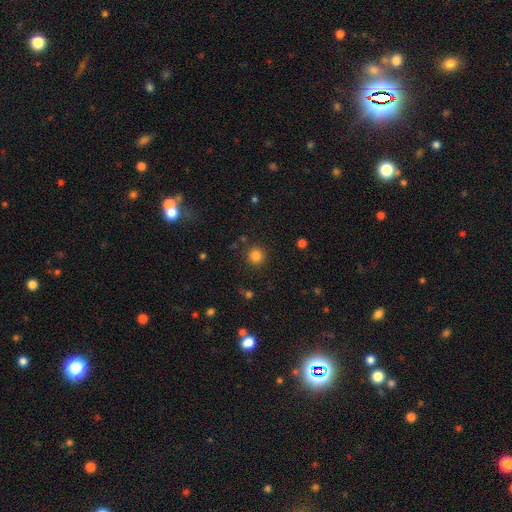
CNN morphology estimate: A smooth galaxy with no disk features (82%) that is round (94%). Merging: none (88%).